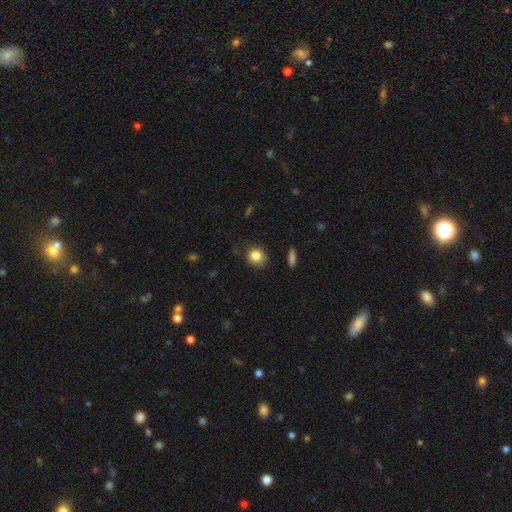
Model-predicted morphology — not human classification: smooth-or-featured: smooth: 85% | star or artifact: 10% | featured or disk: 5%
  how-rounded: round: 82% | in between: 16% | cigar-shaped: 1%
  merging: none: 76% | minor disturbance: 18% | major disturbance: 4% | merger: 2%